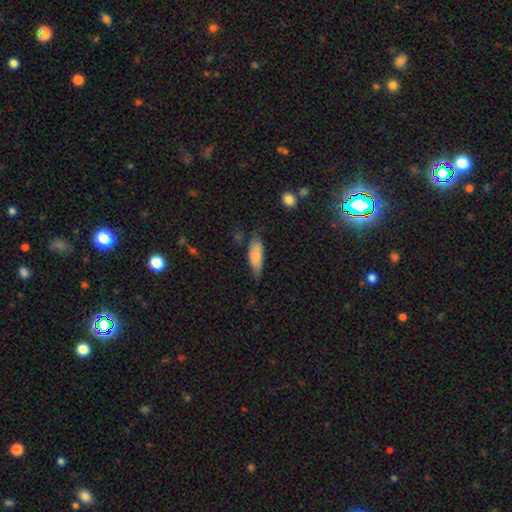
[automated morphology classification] Smooth or featured? Predicted: smooth (p=0.76). How rounded? Predicted: in between (p=0.64). Merging? Predicted: none (p=0.62).